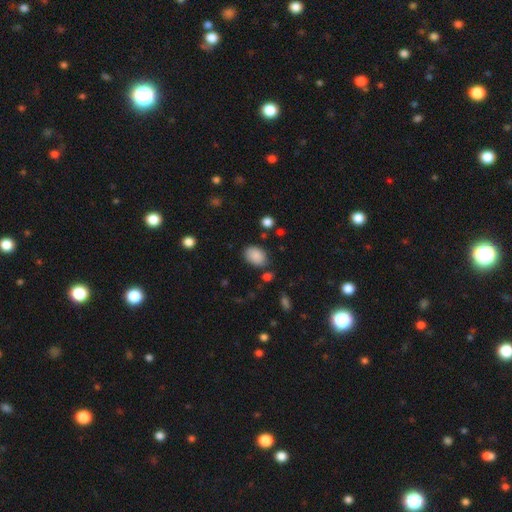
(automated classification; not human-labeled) This is clearly a smooth galaxy (88%). How rounded: likely in between (80%). Merging: likely none (79%).